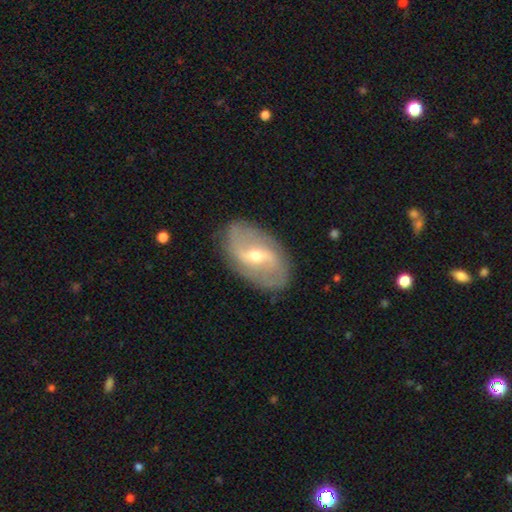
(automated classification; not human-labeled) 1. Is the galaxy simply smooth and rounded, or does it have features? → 77% featured or disk, 17% smooth, 6% star or artifact.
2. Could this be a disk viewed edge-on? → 94% no, 6% yes.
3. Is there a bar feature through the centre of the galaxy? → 50% weak, 31% strong, 19% no.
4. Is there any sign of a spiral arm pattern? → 82% yes, 18% no.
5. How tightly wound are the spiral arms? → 49% loose, 34% medium, 17% tight.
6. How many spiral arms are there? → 80% 2, 12% can't tell, 3% 3, 2% 1, 2% 4, 1% more than 4.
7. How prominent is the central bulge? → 58% moderate, 37% small, 3% large, 1% none, 1% dominant.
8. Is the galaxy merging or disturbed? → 82% none, 13% minor disturbance, 5% major disturbance, 1% merger.